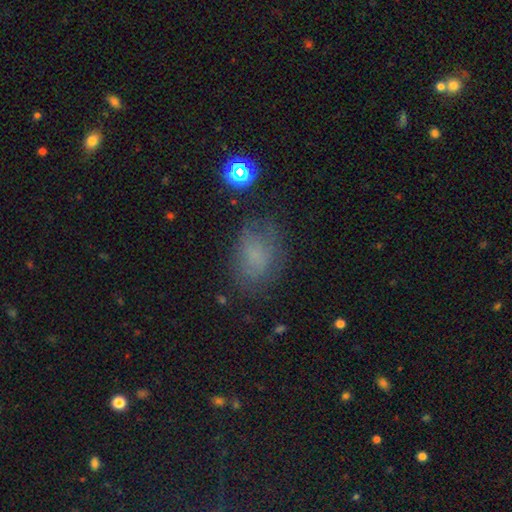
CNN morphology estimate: type=smooth (62%); roundness=in between (79%); merging=none (64%).